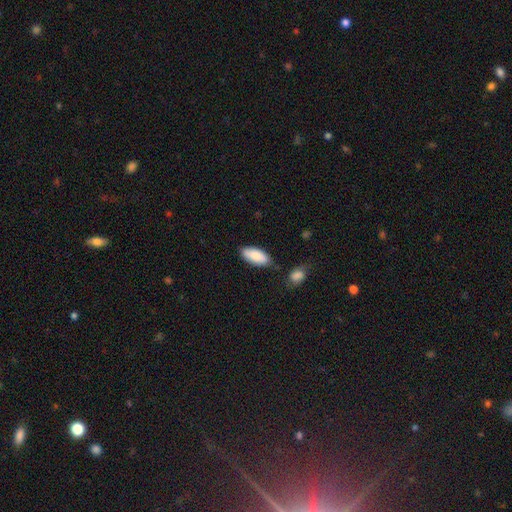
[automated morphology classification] Smooth or featured: smooth — 87% (featured or disk — 7%)
How rounded: in between — 87% (cigar-shaped — 11%)
Merging: none — 75% (minor disturbance — 15%)